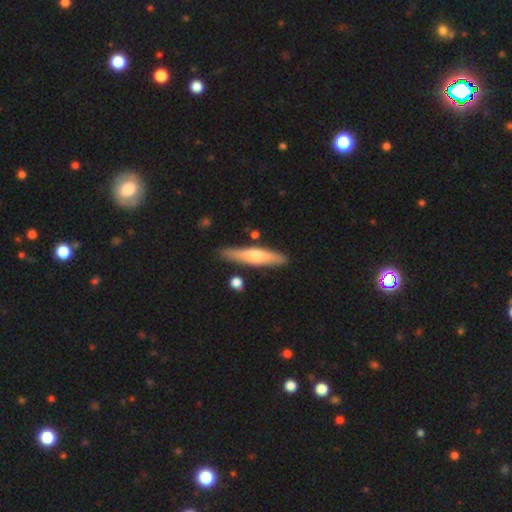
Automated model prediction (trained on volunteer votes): A smooth galaxy with no disk features (51%) that is cigar-shaped (86%).

Vote fractions:
- Smooth or featured? smooth: 51% / featured or disk: 44% / star or artifact: 5%
- How rounded? cigar-shaped: 86% / in between: 13% / round: 1%
- Merging? none: 84% / minor disturbance: 10% / merger: 3% / major disturbance: 2%